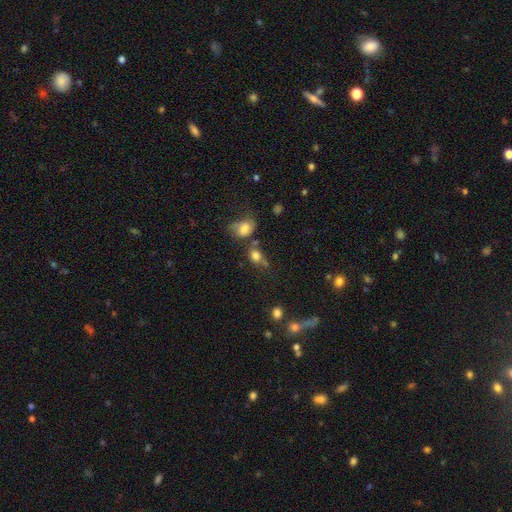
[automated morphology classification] smooth 77%, star or artifact 13%, featured or disk 10%. Down the decision tree: how rounded — in between (50%); merging — none (45%).